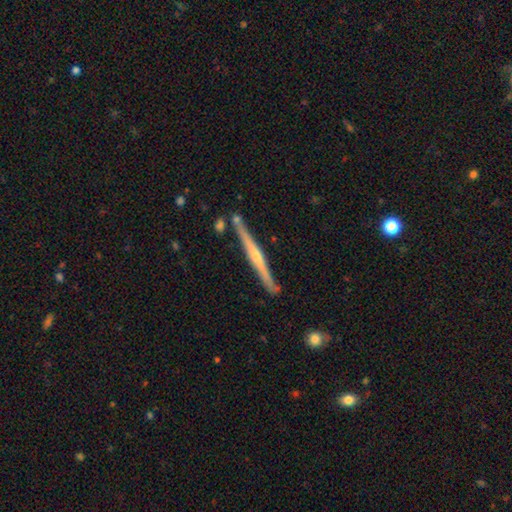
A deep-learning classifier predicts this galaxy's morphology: Smooth or featured? featured or disk (74%)
Edge-on disk? yes (98%)
Edge-on bulge? rounded (69%)
Merging? none (84%)